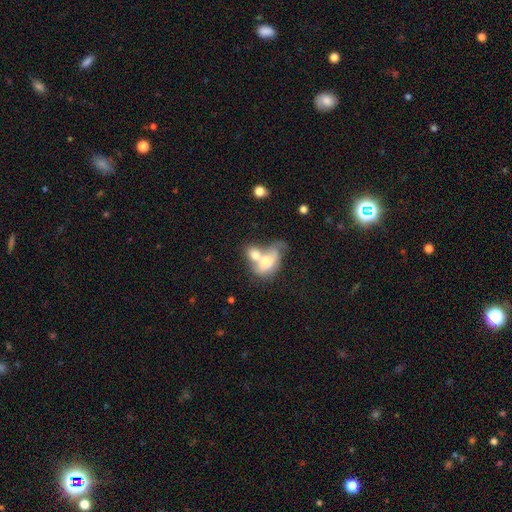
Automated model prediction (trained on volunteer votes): smooth-or-featured: smooth: 62% | featured or disk: 31% | star or artifact: 7%
  how-rounded: in between: 78% | round: 19% | cigar-shaped: 3%
  merging: merger: 76% | none: 10% | major disturbance: 8% | minor disturbance: 6%